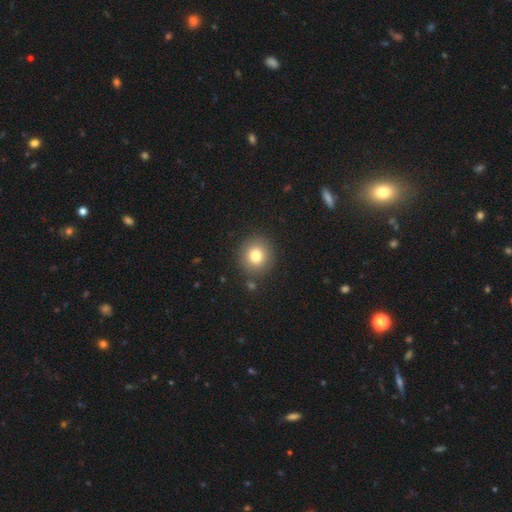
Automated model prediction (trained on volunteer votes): This appears to be a smooth galaxy with no disk features (80%) that is round (88%). Merging: none (87%).